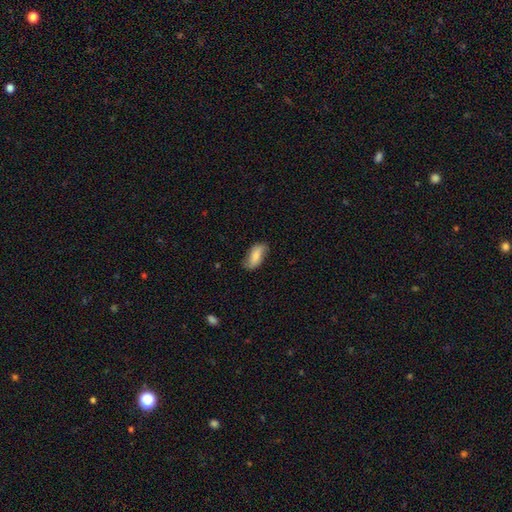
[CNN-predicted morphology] This appears to be a smooth galaxy with no disk features (73%) that is in between round and cigar-shaped (87%). Merging: none (73%).